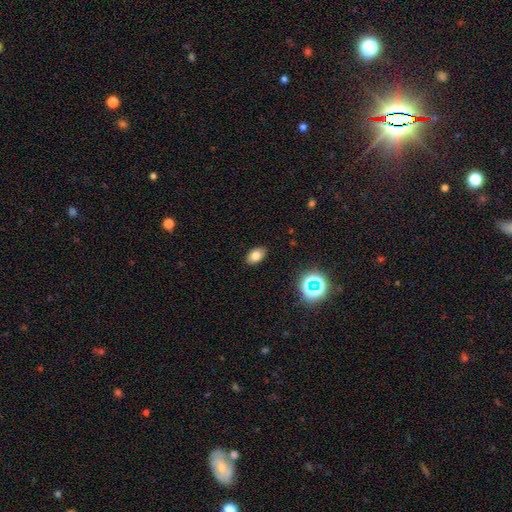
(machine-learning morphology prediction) A smooth galaxy with no disk features (76%) that is in between round and cigar-shaped (88%).

Vote fractions:
- Smooth or featured? smooth: 76% / star or artifact: 14% / featured or disk: 10%
- How rounded? in between: 88% / round: 11% / cigar-shaped: 1%
- Merging? none: 88% / minor disturbance: 8% / major disturbance: 2% / merger: 1%